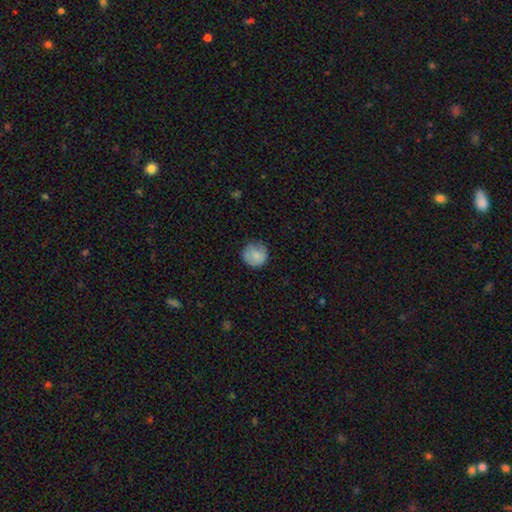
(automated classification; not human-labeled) Smooth or featured: smooth — 83% (featured or disk — 10%)
How rounded: round — 92% (in between — 7%)
Merging: none — 75% (minor disturbance — 19%)